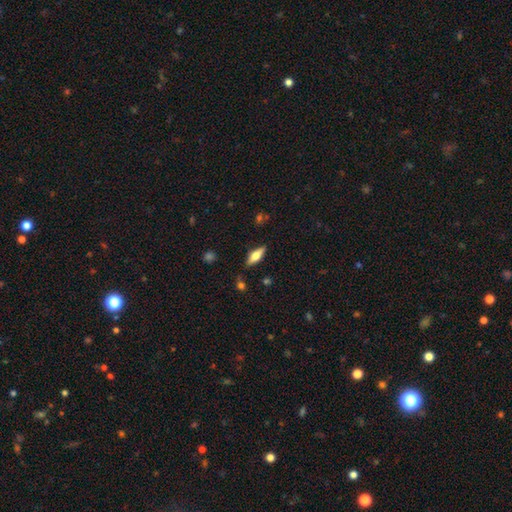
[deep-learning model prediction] The model was most divided on "smooth or featured": smooth: 49%, featured or disk: 44%, star or artifact: 7%. More confident: merging — none (84%).